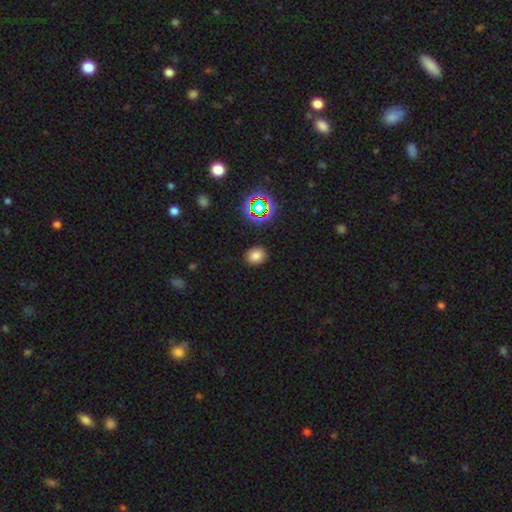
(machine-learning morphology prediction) Smooth or featured?
  - smooth: 75% *
  - star or artifact: 18%
  - featured or disk: 7%
How rounded?
  - round: 57% *
  - in between: 42%
  - cigar-shaped: 1%
Merging?
  - none: 87% *
  - minor disturbance: 9%
  - major disturbance: 3%
  - merger: 2%